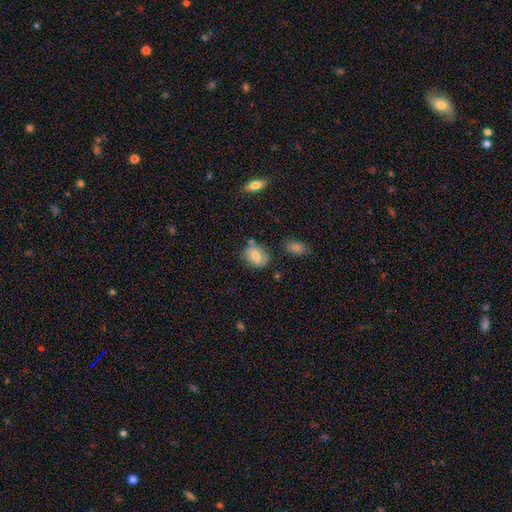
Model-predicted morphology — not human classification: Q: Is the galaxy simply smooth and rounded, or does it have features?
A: smooth — 76%.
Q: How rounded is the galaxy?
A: in between — 66%.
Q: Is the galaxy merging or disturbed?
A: none — 71%.